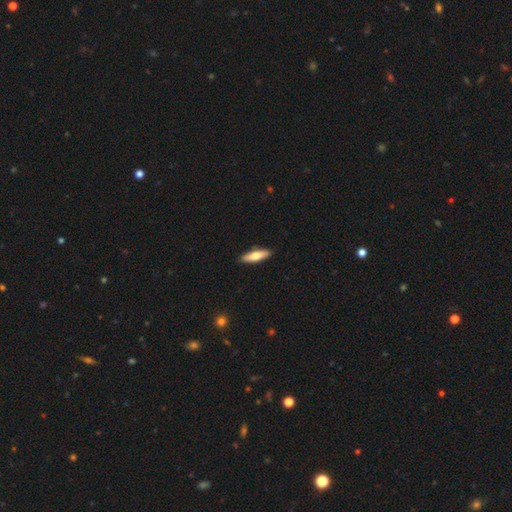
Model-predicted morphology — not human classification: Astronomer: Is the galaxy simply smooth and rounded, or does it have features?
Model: smooth — 64%.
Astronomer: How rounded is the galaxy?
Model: cigar-shaped — 64%.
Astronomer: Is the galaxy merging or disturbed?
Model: none — 90%.